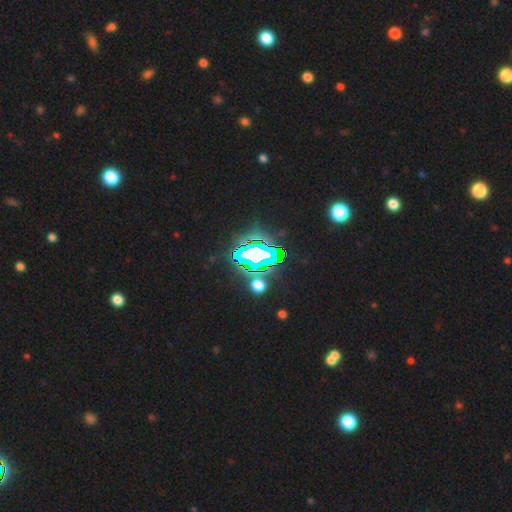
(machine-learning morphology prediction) type=star or artifact (80%).